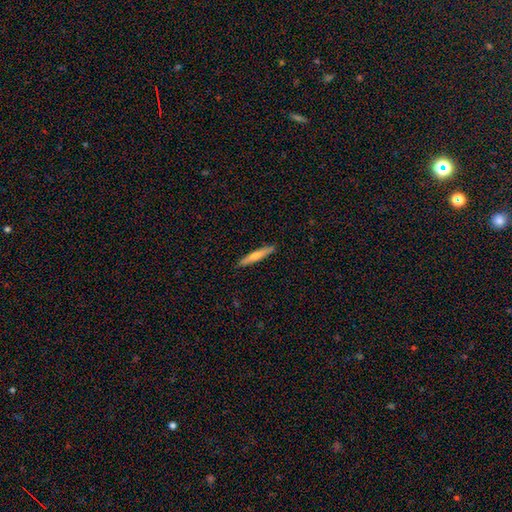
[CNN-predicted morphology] smooth_or_featured: smooth (p=0.62) [alt: featured or disk p=0.32]
how_rounded: cigar-shaped (p=0.93) [alt: in between p=0.06]
merging: none (p=0.91) [alt: minor disturbance p=0.07]